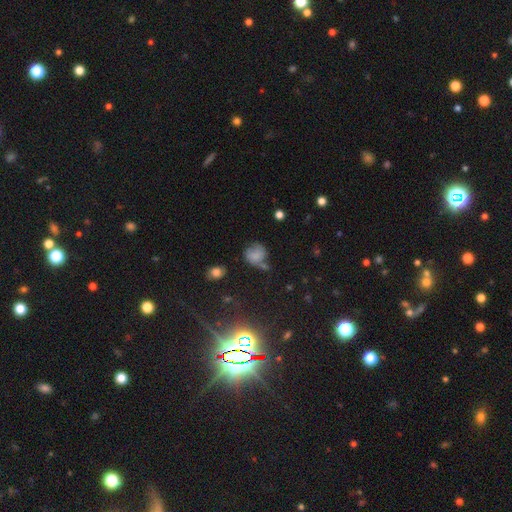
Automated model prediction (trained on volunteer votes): A smooth galaxy with no disk features (61%) that is round (70%).

Vote fractions:
- Smooth or featured? smooth: 61% / featured or disk: 24% / star or artifact: 15%
- How rounded? round: 70% / in between: 29% / cigar-shaped: 1%
- Merging? none: 43% / minor disturbance: 29% / major disturbance: 16% / merger: 13%